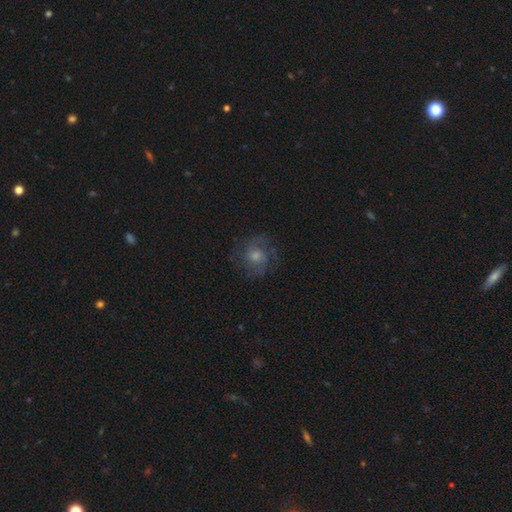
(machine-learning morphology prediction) A featured or disk galaxy (56%) with no bar (75%), spiral arms (86%) and a moderate central bulge (57%). Merging: none (75%).